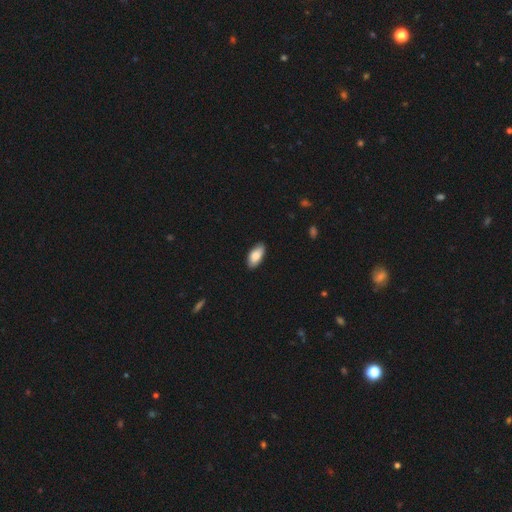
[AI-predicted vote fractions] Smooth or featured? smooth (85%)
How rounded? in between (91%)
Merging? none (86%)